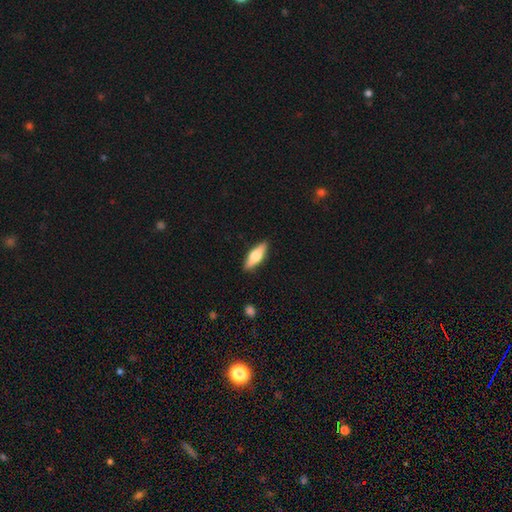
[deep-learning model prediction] Smooth or featured? smooth (56%)
How rounded? in between (54%)
Merging? none (88%)